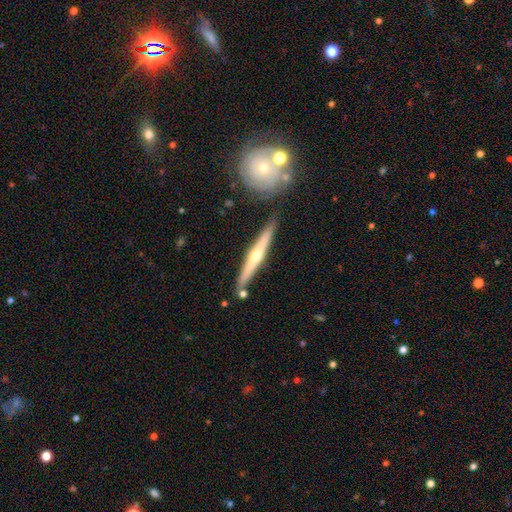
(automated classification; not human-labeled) A featured or disk galaxy (68%) viewed edge-on (96%) with a rounded central bulge (85%).

Vote fractions:
- Smooth or featured? featured or disk: 68% / smooth: 27% / star or artifact: 5%
- Edge-on disk? yes: 96% / no: 4%
- Edge-on bulge? rounded: 85% / none: 12% / boxy: 3%
- Merging? none: 83% / minor disturbance: 10% / merger: 5% / major disturbance: 2%